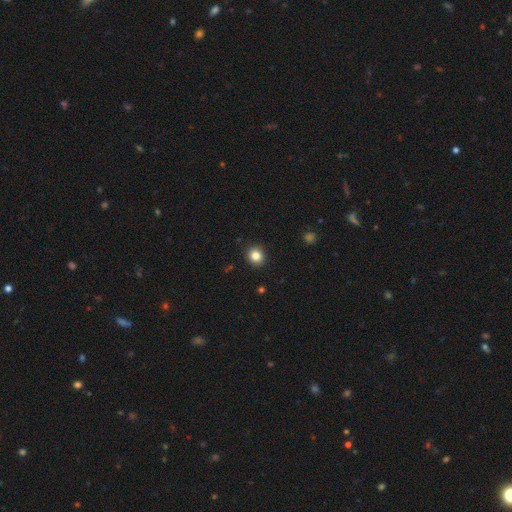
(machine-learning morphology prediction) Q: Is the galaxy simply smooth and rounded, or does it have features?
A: smooth — 84%.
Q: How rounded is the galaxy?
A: round — 85%.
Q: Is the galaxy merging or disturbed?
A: none — 92%.